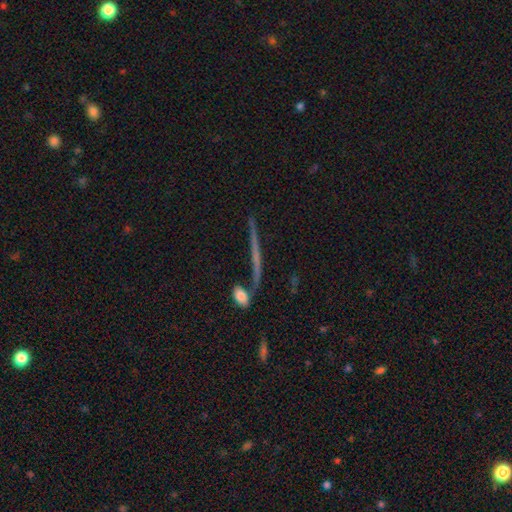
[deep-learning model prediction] Overall: featured or disk (64%; smooth 25%). Edge-on disk: yes (94%). Edge-on bulge: none (70%). Merging: none (80%).